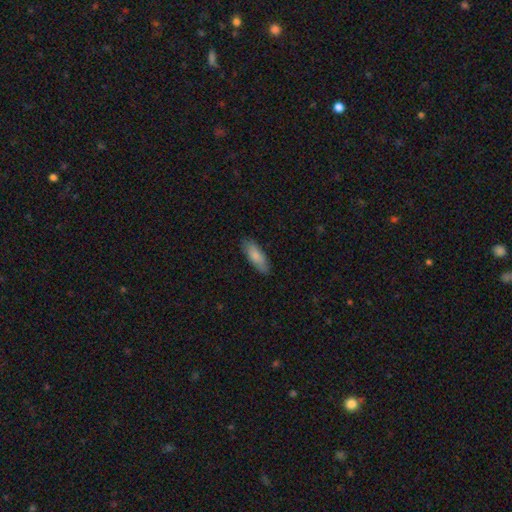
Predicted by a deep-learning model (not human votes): smooth-or-featured: smooth: 82% | featured or disk: 12% | star or artifact: 6%
  how-rounded: in between: 68% | cigar-shaped: 30% | round: 2%
  merging: none: 83% | minor disturbance: 13% | major disturbance: 3% | merger: 1%